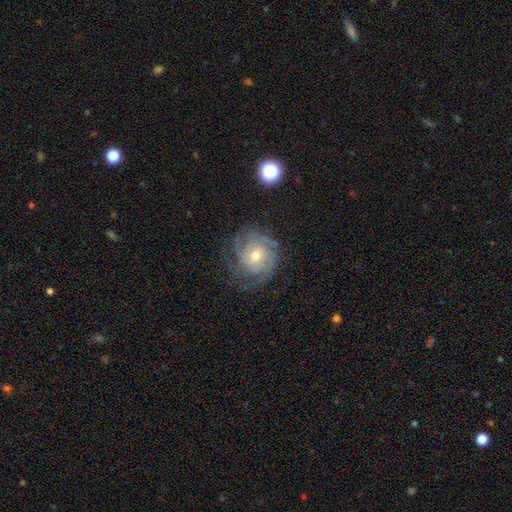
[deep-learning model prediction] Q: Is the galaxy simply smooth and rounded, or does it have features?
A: featured or disk — 80%.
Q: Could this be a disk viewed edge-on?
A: no — 97%.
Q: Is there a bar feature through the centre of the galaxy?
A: no — 69%.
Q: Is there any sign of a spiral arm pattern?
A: yes — 94%.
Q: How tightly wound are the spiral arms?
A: tight — 69%.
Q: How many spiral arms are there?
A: can't tell — 37%.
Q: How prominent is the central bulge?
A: moderate — 53%.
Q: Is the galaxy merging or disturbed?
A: none — 71%.